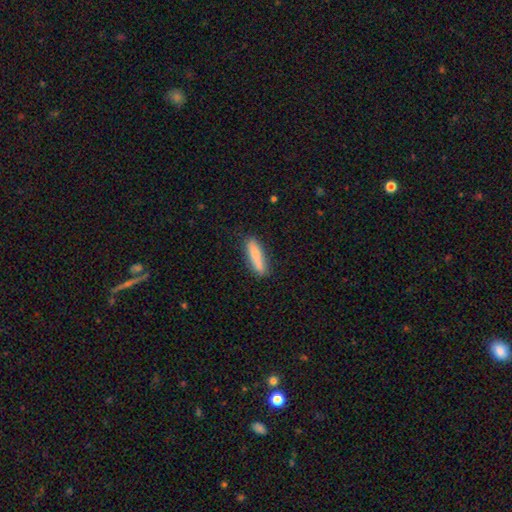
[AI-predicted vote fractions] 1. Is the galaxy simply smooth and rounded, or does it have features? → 77% smooth, 17% featured or disk, 6% star or artifact.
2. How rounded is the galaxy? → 78% cigar-shaped, 20% in between, 2% round.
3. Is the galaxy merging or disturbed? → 83% none, 13% minor disturbance, 3% major disturbance, 2% merger.